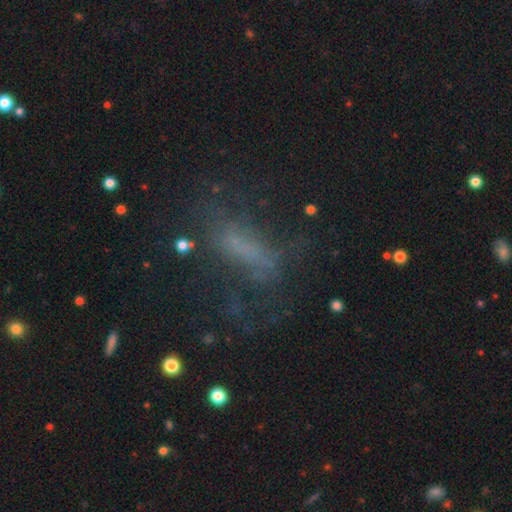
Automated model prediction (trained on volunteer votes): Smooth or featured: smooth — 41% (featured or disk — 37%)
Merging: none — 46% (major disturbance — 30%)